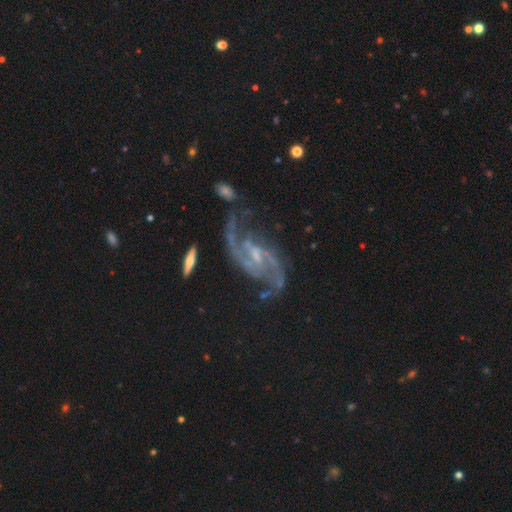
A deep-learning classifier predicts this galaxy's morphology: Smooth or featured?
  - featured or disk: 91% *
  - star or artifact: 6%
  - smooth: 4%
Edge-on disk?
  - no: 97% *
  - yes: 3%
Bar?
  - weak: 54% *
  - no: 23%
  - strong: 23%
Spiral arms?
  - yes: 97% *
  - no: 3%
Spiral winding?
  - medium: 47% *
  - loose: 40%
  - tight: 12%
Spiral arm count?
  - 2: 88% *
  - can't tell: 4%
  - 3: 3%
  - 1: 2%
  - 4: 2%
  - more than 4: 2%
Bulge size?
  - small: 58% *
  - moderate: 23%
  - none: 16%
  - large: 2%
  - dominant: 1%
Merging?
  - none: 60% *
  - minor disturbance: 19%
  - major disturbance: 15%
  - merger: 5%